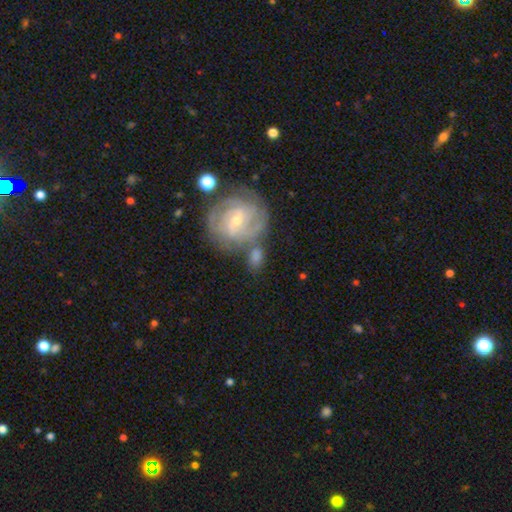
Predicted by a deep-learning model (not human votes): A featured or disk galaxy (69%) with a weak bar (47%), 3 (29%) tight (63%) spiral arms (91%) and a small central bulge (58%). Merging: none (58%).